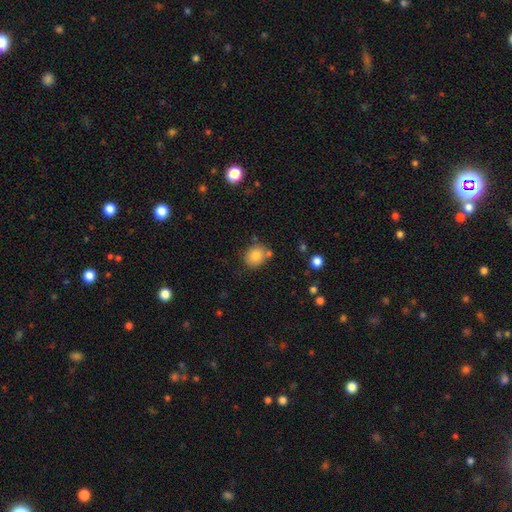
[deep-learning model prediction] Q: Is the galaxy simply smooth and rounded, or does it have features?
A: smooth — 81%.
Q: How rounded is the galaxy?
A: round — 70%.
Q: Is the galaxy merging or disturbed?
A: none — 72%.